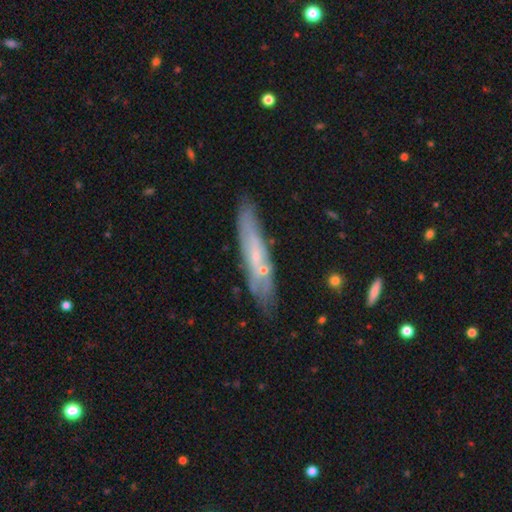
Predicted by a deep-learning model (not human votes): Smooth or featured? featured or disk (54%)
Edge-on disk? yes (63%)
Merging? none (78%)